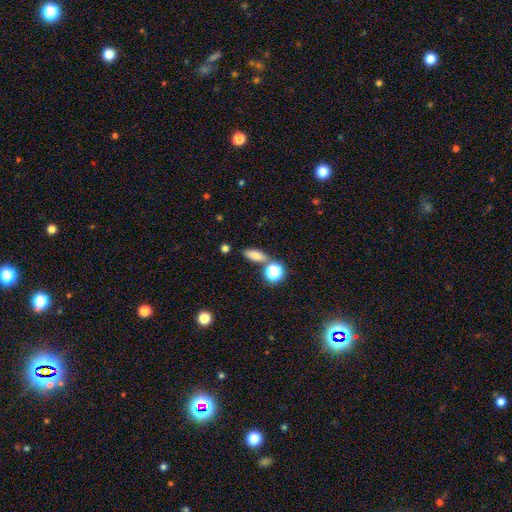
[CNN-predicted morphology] smooth_or_featured: smooth (p=0.75) [alt: star or artifact p=0.14]
how_rounded: in between (p=0.65) [alt: cigar-shaped p=0.22]
merging: none (p=0.70) [alt: merger p=0.15]